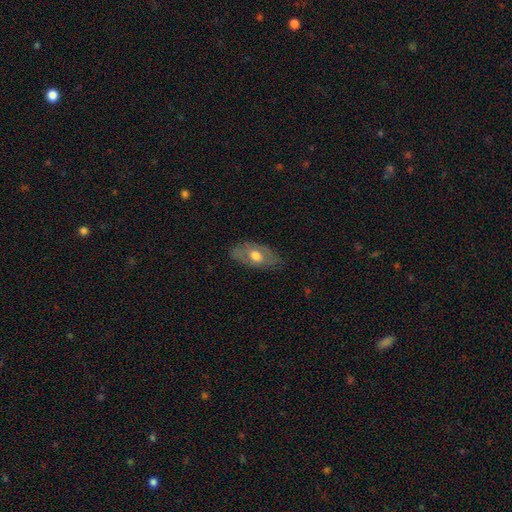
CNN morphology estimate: type=smooth (51%); roundness=in between (89%); merging=none (74%).